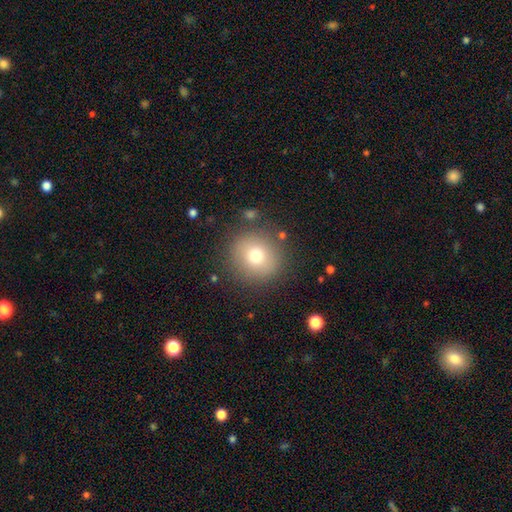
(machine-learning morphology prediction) Smooth or featured? smooth (74%)
How rounded? round (93%)
Merging? none (85%)